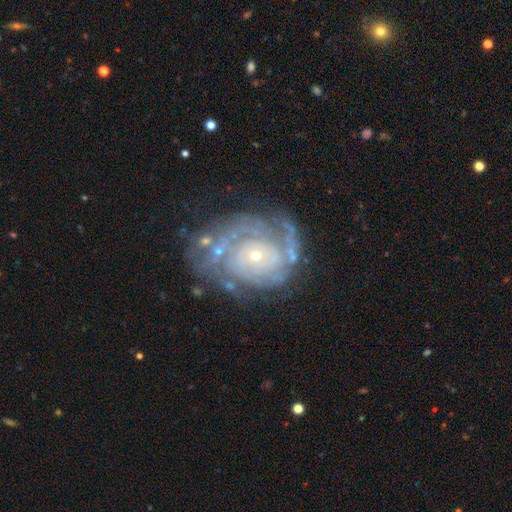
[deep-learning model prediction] featured or disk 87%, star or artifact 7%, smooth 6%. Down the decision tree: edge-on disk — no (97%); bar — no (80%); spiral arms — yes (95%); spiral arm count — can't tell (29%, tied with 2); spiral winding — tight (74%); bulge size — small (76%); merging — none (62%).